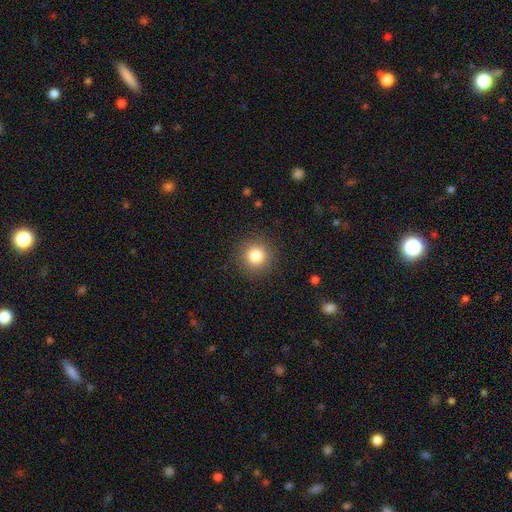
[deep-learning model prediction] Smooth or featured?
  - smooth: 82% *
  - star or artifact: 11%
  - featured or disk: 6%
How rounded?
  - round: 95% *
  - in between: 4%
  - cigar-shaped: 1%
Merging?
  - none: 90% *
  - minor disturbance: 6%
  - major disturbance: 3%
  - merger: 1%